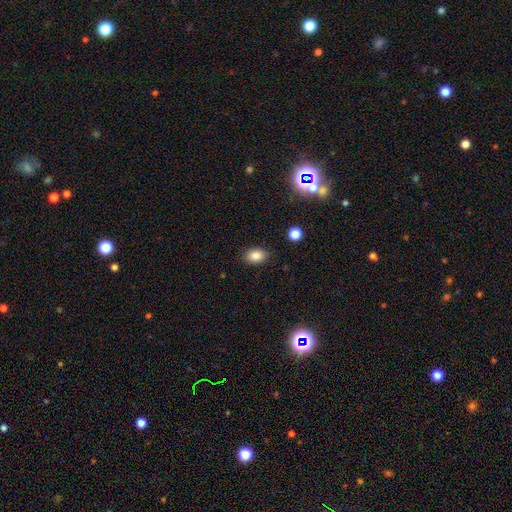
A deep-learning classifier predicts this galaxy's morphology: type=smooth (85%); roundness=in between (82%); merging=none (86%).